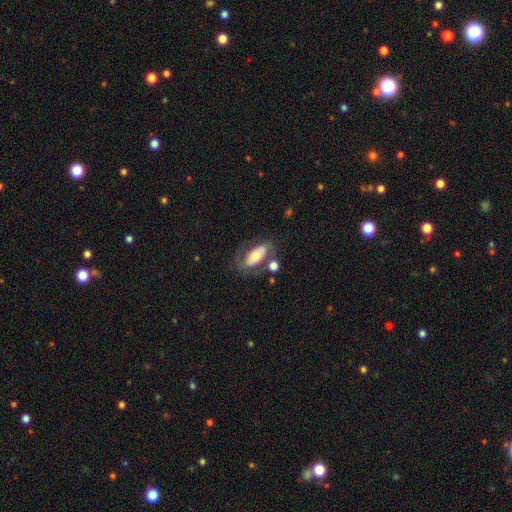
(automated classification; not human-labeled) Smooth or featured?
  - smooth: 47% *
  - featured or disk: 46%
  - star or artifact: 7%
Merging?
  - none: 54% *
  - minor disturbance: 19%
  - merger: 15%
  - major disturbance: 12%